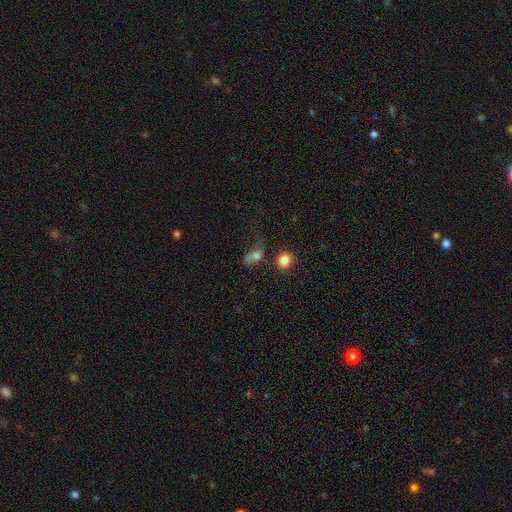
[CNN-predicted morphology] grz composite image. It shows a smooth galaxy with no disk features (69%) that is in between round and cigar-shaped (68%). Merging: major disturbance (34%).